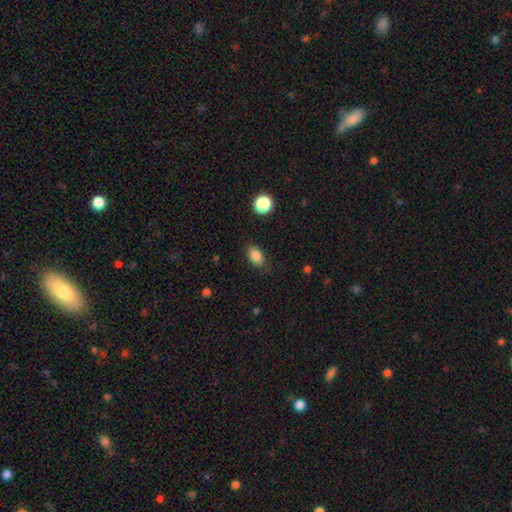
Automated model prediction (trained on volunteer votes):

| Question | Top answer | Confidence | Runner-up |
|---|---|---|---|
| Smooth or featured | smooth | 84% | star or artifact (9%) |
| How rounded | in between | 84% | round (14%) |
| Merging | none | 79% | minor disturbance (15%) |